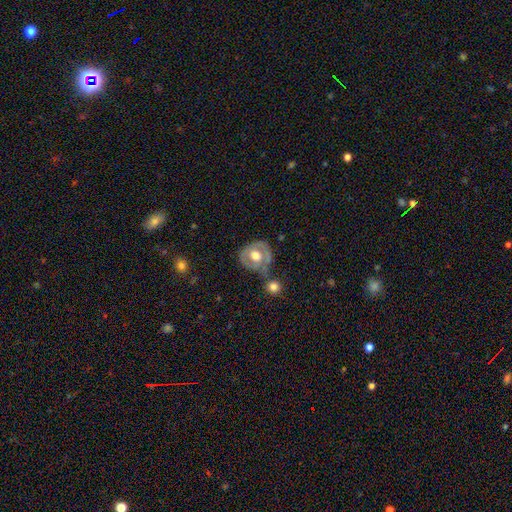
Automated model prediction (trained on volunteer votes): Smooth or featured: featured or disk — 55% (smooth — 39%)
Edge-on disk: no — 95% (yes — 5%)
Bar: no — 75% (weak — 19%)
Spiral arms: no — 63% (yes — 37%)
Bulge size: moderate — 58% (large — 34%)
Merging: none — 55% (minor disturbance — 21%)